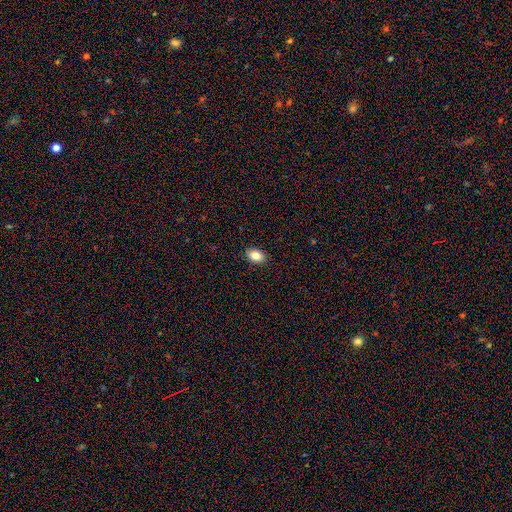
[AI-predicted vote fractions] Smooth or featured: smooth — 84% (star or artifact — 9%)
How rounded: in between — 79% (round — 19%)
Merging: none — 89% (minor disturbance — 8%)